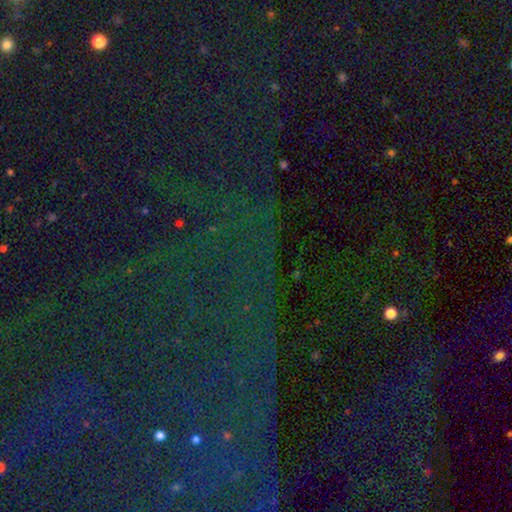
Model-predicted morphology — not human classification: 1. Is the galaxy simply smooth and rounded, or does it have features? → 82% star or artifact, 9% smooth, 8% featured or disk.